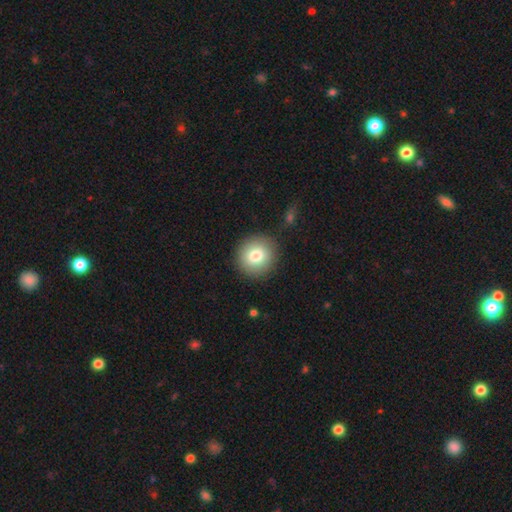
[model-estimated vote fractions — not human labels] smooth 81%, featured or disk 10%, star or artifact 9%. Down the decision tree: how rounded — round (92%); merging — none (88%).